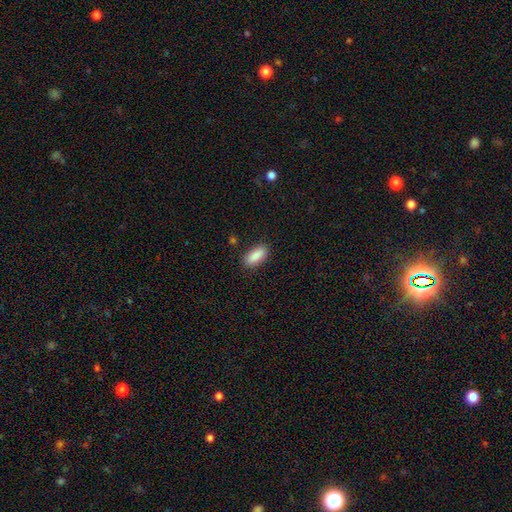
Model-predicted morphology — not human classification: This is clearly a smooth galaxy (88%). How rounded: clearly in between (84%). Merging: clearly none (87%).